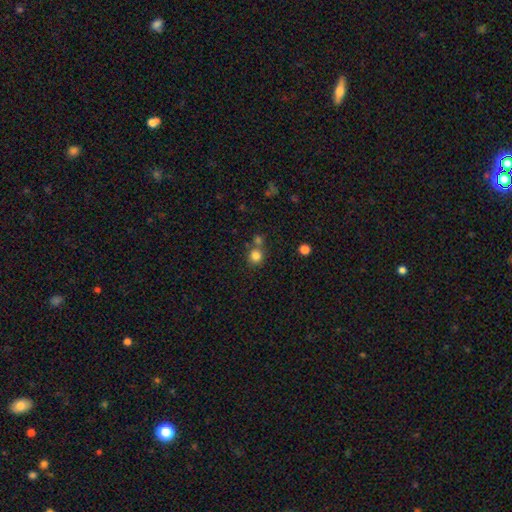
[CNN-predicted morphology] smooth_or_featured: smooth (p=0.82) [alt: star or artifact p=0.13]
how_rounded: round (p=0.90) [alt: in between p=0.10]
merging: none (p=0.65) [alt: merger p=0.24]